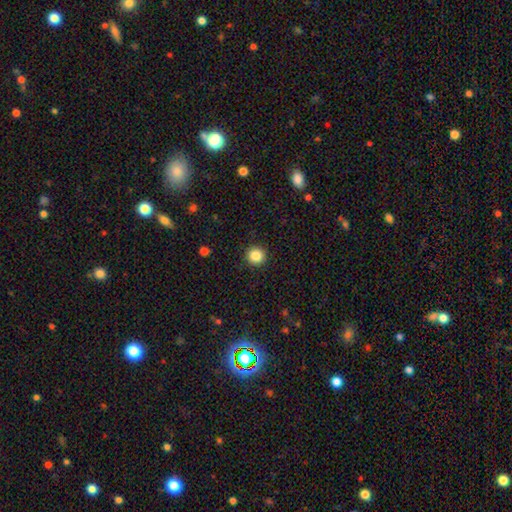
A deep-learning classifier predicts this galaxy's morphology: type=smooth (86%); roundness=round (94%); merging=none (92%).